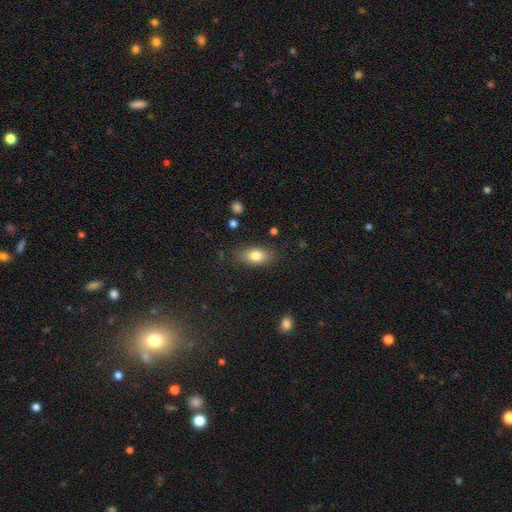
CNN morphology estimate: The model was most divided on "merging": none: 82%, minor disturbance: 13%, major disturbance: 3%, merger: 2%. More confident: how rounded — in between (86%); smooth or featured — smooth (81%).